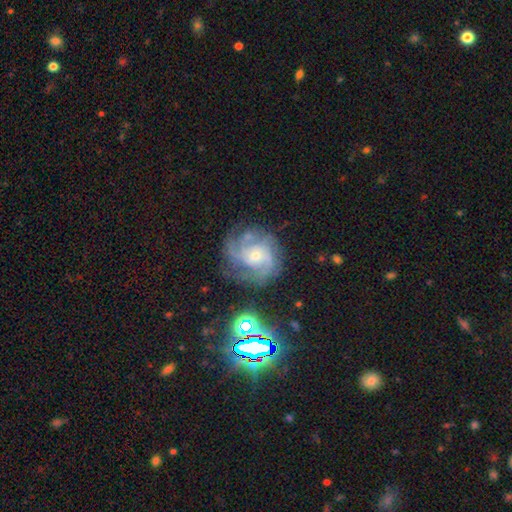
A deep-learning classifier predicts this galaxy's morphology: This appears to be a featured or disk galaxy (81%) with no bar (69%), 3 (29%) tight (48%) spiral arms (96%) and a small central bulge (55%). Merging: none (69%).